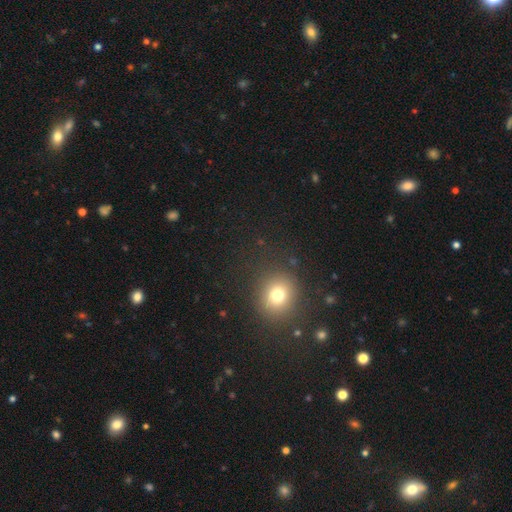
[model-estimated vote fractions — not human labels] The model was most divided on "smooth or featured": smooth: 64%, star or artifact: 29%, featured or disk: 7%. More confident: merging — none (88%); how rounded — round (84%).